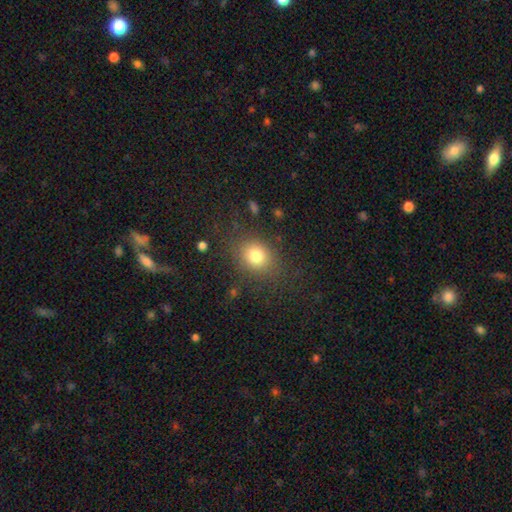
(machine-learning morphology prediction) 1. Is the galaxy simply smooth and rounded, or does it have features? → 79% smooth, 12% star or artifact, 9% featured or disk.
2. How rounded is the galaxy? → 58% round, 41% in between, 1% cigar-shaped.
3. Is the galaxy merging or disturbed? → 80% none, 12% minor disturbance, 7% major disturbance, 2% merger.